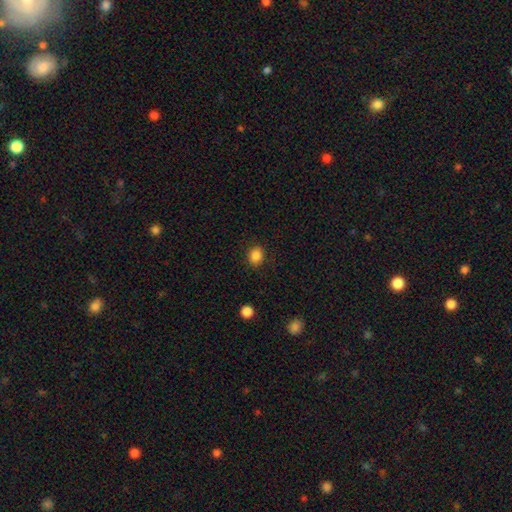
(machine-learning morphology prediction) Smooth or featured: smooth — 86% (star or artifact — 10%)
How rounded: round — 65% (in between — 34%)
Merging: none — 89% (minor disturbance — 8%)